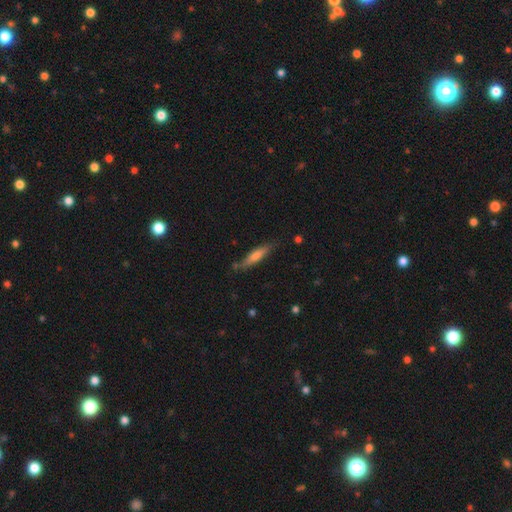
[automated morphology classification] type=smooth (56%); roundness=cigar-shaped (85%); merging=none (78%).